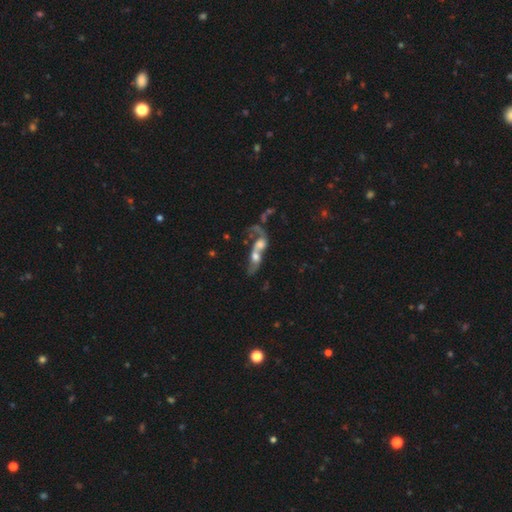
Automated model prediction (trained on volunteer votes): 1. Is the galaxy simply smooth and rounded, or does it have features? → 50% featured or disk, 39% smooth, 11% star or artifact.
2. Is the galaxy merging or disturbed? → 79% merger, 11% major disturbance, 7% none, 4% minor disturbance.